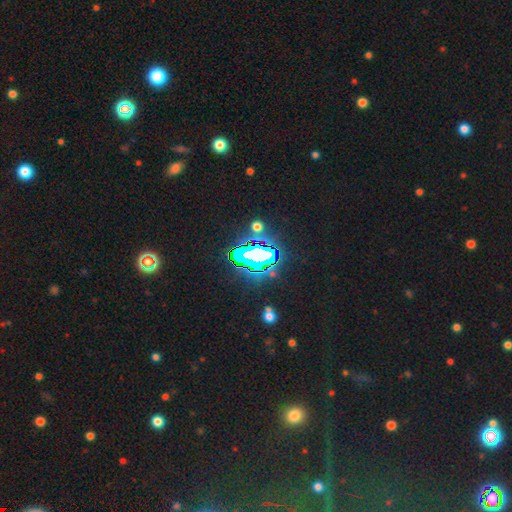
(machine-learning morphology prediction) Q: Smooth or featured?
A: star or artifact (69%); runner-up: smooth (16%)